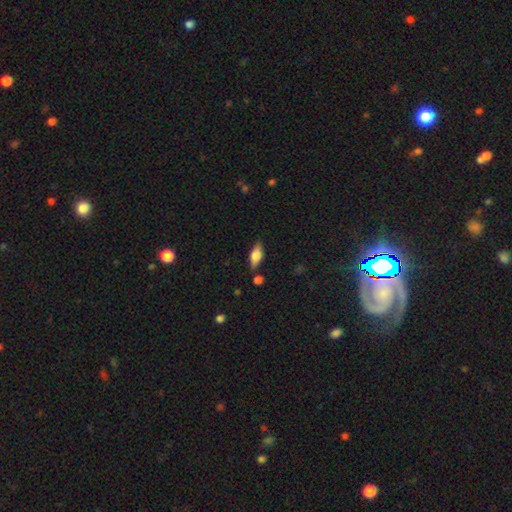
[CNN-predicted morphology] smooth 65%, featured or disk 28%, star or artifact 7%. Down the decision tree: how rounded — in between (73%); merging — none (79%).